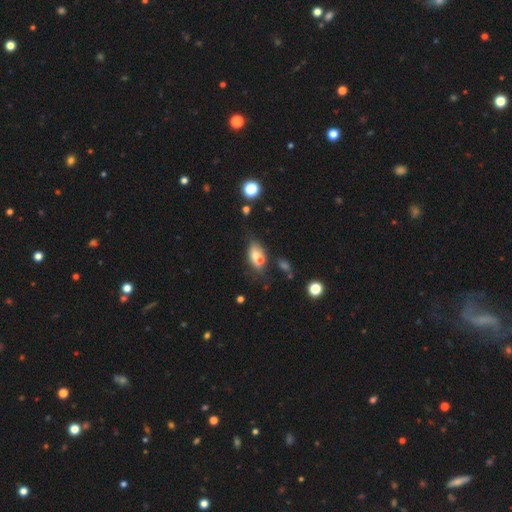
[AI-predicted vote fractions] Smooth or featured?
  - smooth: 63% *
  - featured or disk: 27%
  - star or artifact: 11%
How rounded?
  - in between: 84% *
  - round: 11%
  - cigar-shaped: 5%
Merging?
  - merger: 39% * (tied)
  - none: 39% * (tied)
  - minor disturbance: 16%
  - major disturbance: 6%